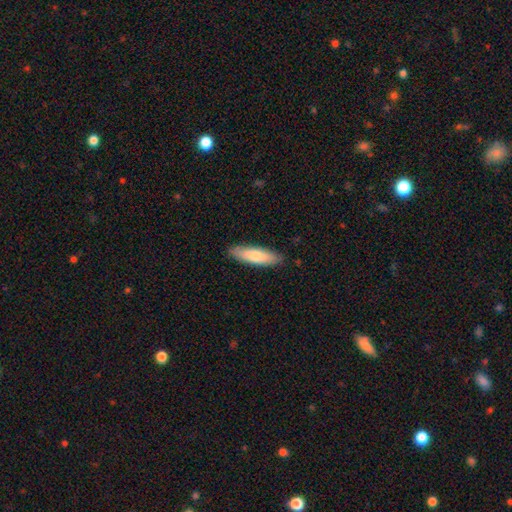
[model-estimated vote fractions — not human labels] Smooth or featured? Predicted: smooth (p=0.77). How rounded? Predicted: cigar-shaped (p=0.60). Merging? Predicted: none (p=0.87).